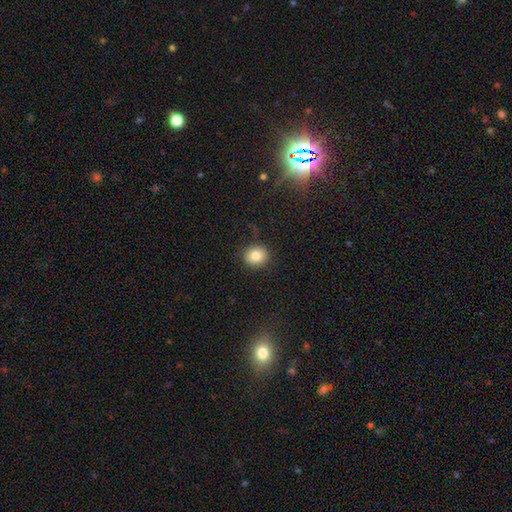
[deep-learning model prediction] A smooth galaxy with no disk features (81%) that is round (81%).

Vote fractions:
- Smooth or featured? smooth: 81% / star or artifact: 10% / featured or disk: 8%
- How rounded? round: 81% / in between: 18% / cigar-shaped: 1%
- Merging? none: 87% / minor disturbance: 9% / major disturbance: 3% / merger: 1%